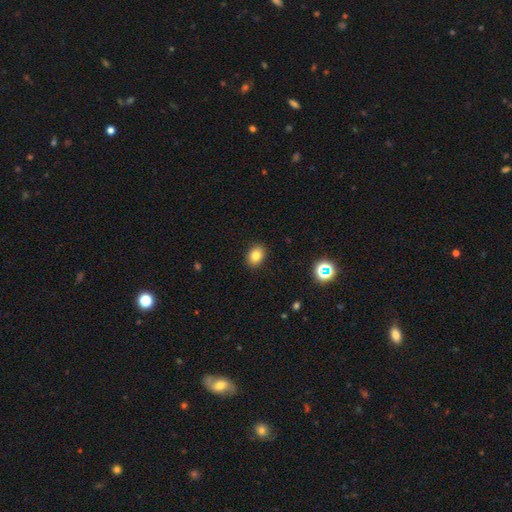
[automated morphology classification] This is clearly a smooth galaxy (81%). How rounded: likely in between (62%). Merging: clearly none (90%).